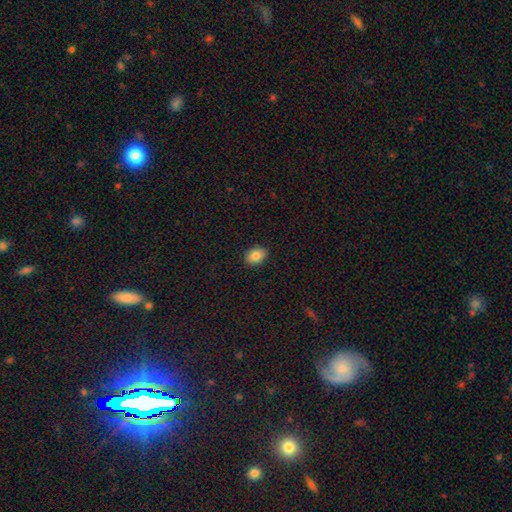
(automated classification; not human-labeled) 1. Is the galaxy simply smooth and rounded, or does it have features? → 85% smooth, 8% star or artifact, 6% featured or disk.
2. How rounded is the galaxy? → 78% in between, 21% round, 1% cigar-shaped.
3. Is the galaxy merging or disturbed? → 90% none, 7% minor disturbance, 2% major disturbance, 1% merger.